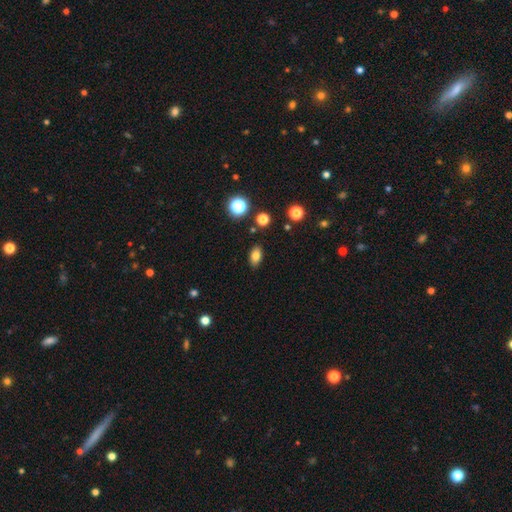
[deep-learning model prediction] Smooth or featured? smooth (80%)
How rounded? in between (87%)
Merging? none (87%)